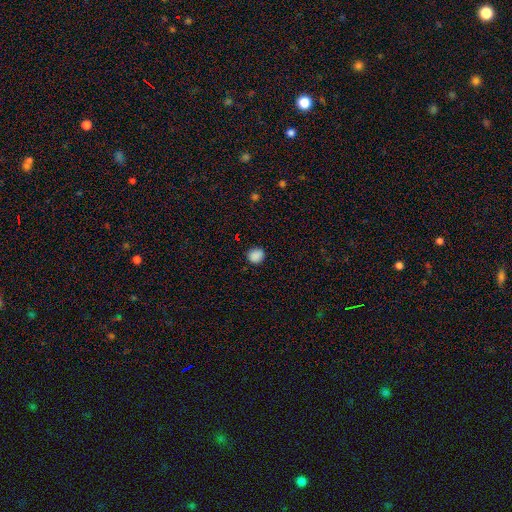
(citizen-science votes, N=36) Smooth or featured: smooth — 86% (featured or disk — 8%)
How rounded: round — 87% (in between — 13%)
Merging: none — 76% (minor disturbance — 15%)